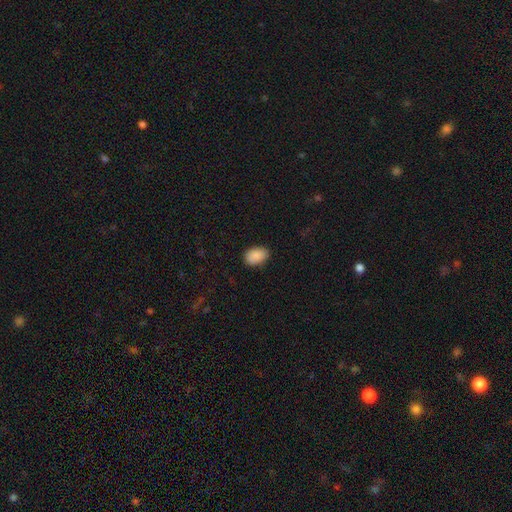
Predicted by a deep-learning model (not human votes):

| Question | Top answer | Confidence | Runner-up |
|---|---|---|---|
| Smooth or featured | smooth | 89% | star or artifact (7%) |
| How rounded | in between | 85% | round (14%) |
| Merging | none | 85% | minor disturbance (12%) |